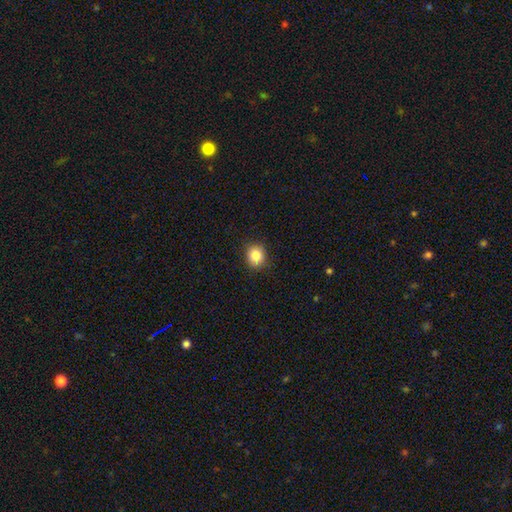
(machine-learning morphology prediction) Smooth or featured? Predicted: smooth (p=0.85). How rounded? Predicted: round (p=0.72). Merging? Predicted: none (p=0.89).